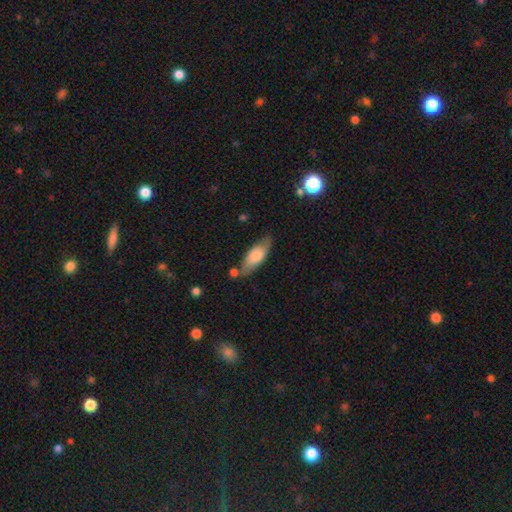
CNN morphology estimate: Smooth or featured: smooth — 72% (featured or disk — 22%)
How rounded: in between — 70% (cigar-shaped — 28%)
Merging: none — 67% (minor disturbance — 19%)